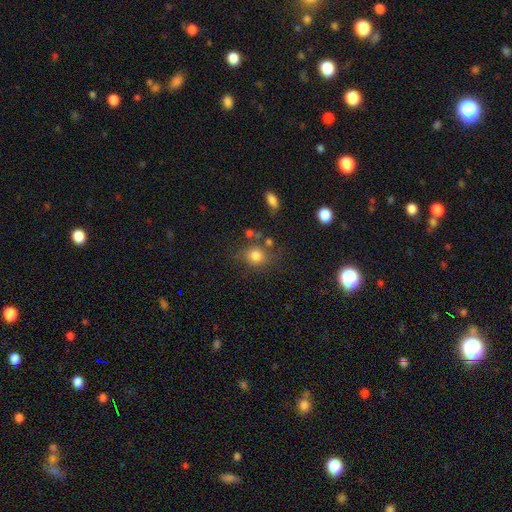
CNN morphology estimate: Q: Smooth or featured?
A: smooth (79%); runner-up: star or artifact (12%)
Q: How rounded?
A: round (76%); runner-up: in between (23%)
Q: Merging?
A: none (68%); runner-up: minor disturbance (16%)